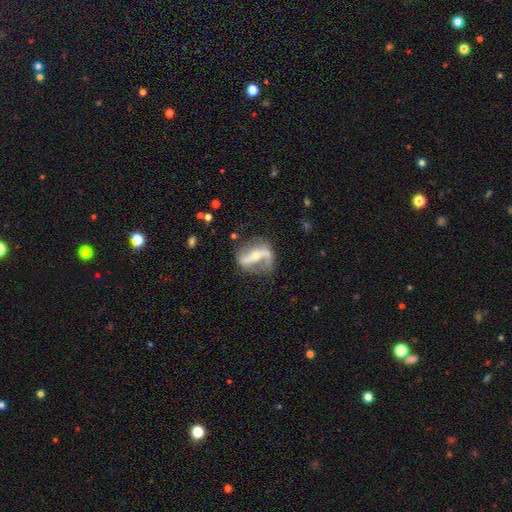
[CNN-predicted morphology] featured or disk 87%, smooth 8%, star or artifact 5%. Down the decision tree: edge-on disk — no (93%); bar — strong (64%); spiral arms — yes (91%); spiral arm count — 2 (86%); spiral winding — loose (67%); bulge size — small (63%); merging — none (70%).